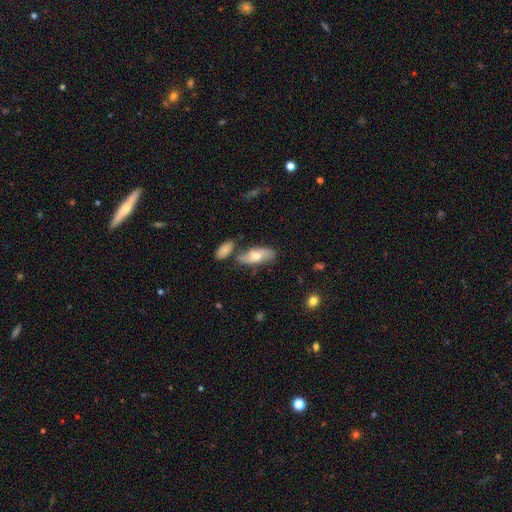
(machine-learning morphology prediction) type=smooth (53%); roundness=in between (78%); merging=none (56%).